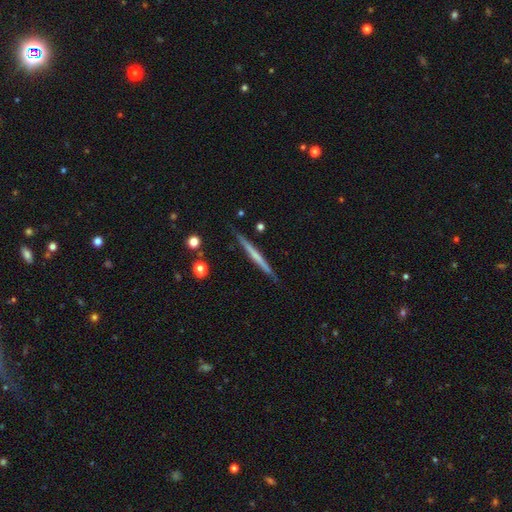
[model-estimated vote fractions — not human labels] This appears to be a featured or disk galaxy (59%) viewed edge-on (98%) with no central bulge (77%). Merging: none (89%).